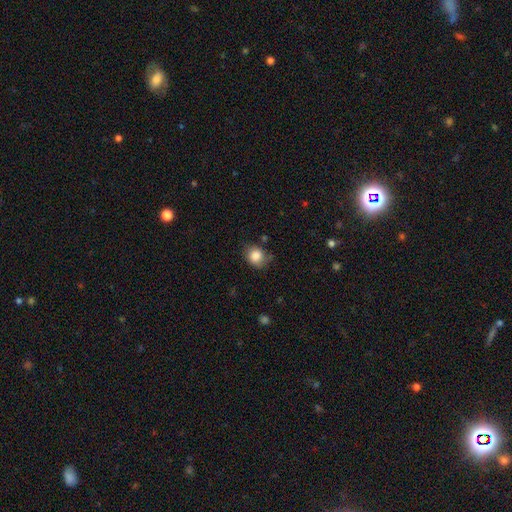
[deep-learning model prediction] Smooth or featured? smooth (84%)
How rounded? round (69%)
Merging? none (65%)